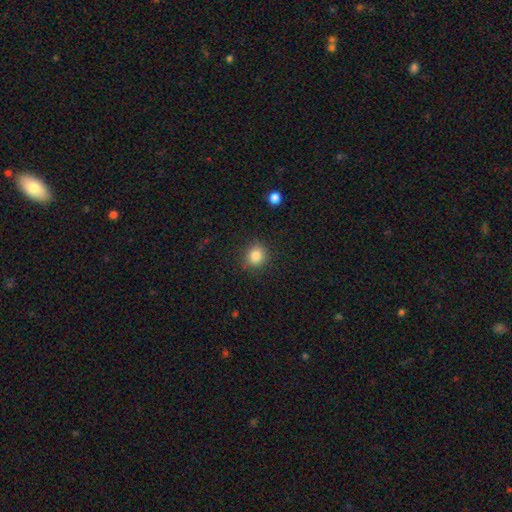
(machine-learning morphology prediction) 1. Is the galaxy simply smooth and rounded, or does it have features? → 85% smooth, 11% star or artifact, 5% featured or disk.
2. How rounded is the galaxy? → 84% round, 15% in between, 1% cigar-shaped.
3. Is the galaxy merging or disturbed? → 86% none, 9% minor disturbance, 3% major disturbance, 1% merger.